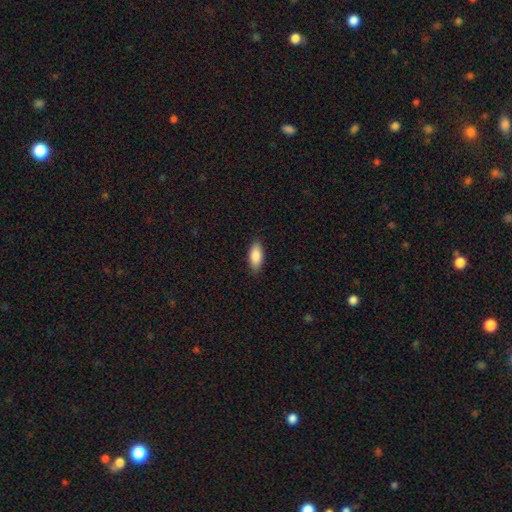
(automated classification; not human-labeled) Overall: smooth (87%). How rounded: in between (86%). Merging: none (87%).